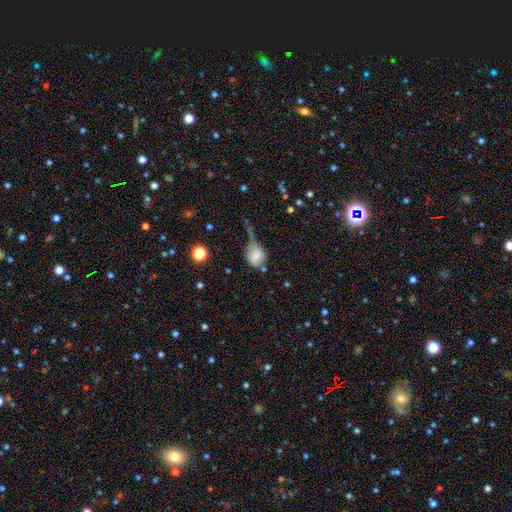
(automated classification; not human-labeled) Morphology: type=smooth (67%); roundness=round (51%); merging=major disturbance (41%).